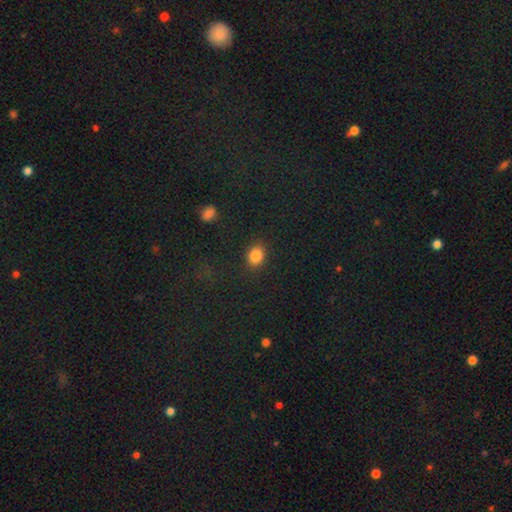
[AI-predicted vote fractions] A smooth galaxy with no disk features (84%) that is round (54%). Merging: none (87%).